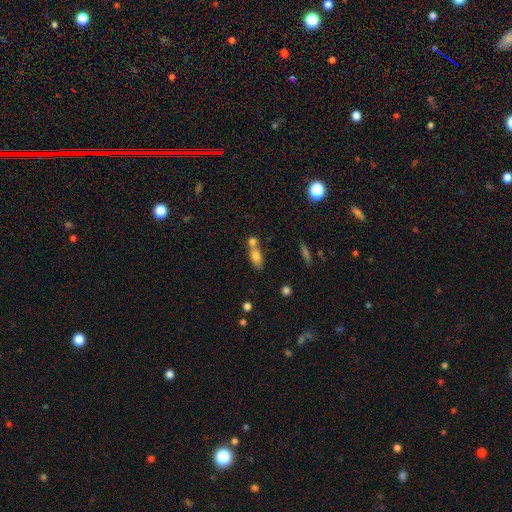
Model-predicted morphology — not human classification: type=smooth (74%); roundness=in between (73%); merging=merger (54%).